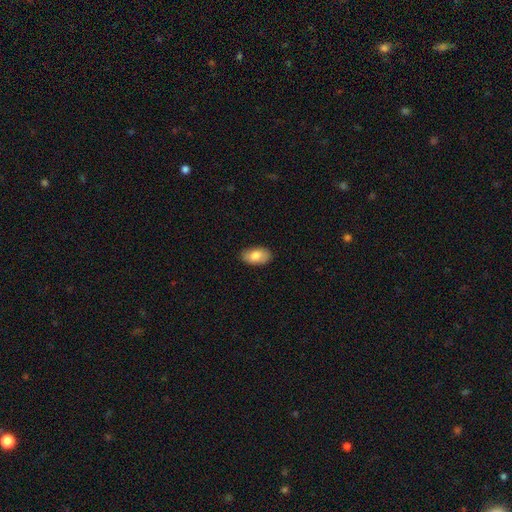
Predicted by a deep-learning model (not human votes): smooth_or_featured: smooth (p=0.83) [alt: featured or disk p=0.11]
how_rounded: in between (p=0.94) [alt: round p=0.05]
merging: none (p=0.86) [alt: minor disturbance p=0.11]